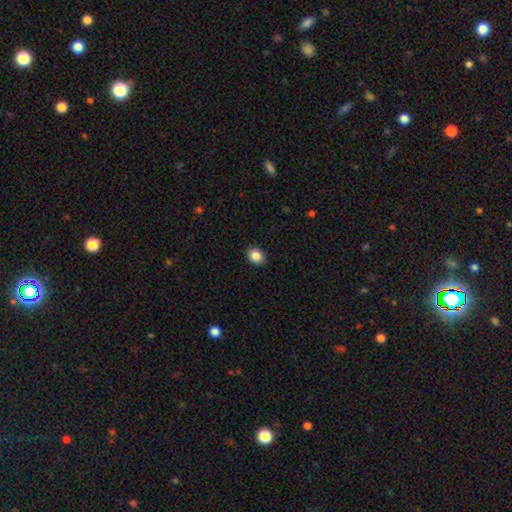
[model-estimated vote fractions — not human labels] Q: Smooth or featured?
A: smooth (86%); runner-up: star or artifact (9%)
Q: How rounded?
A: in between (51%); runner-up: round (48%)
Q: Merging?
A: none (90%); runner-up: minor disturbance (7%)